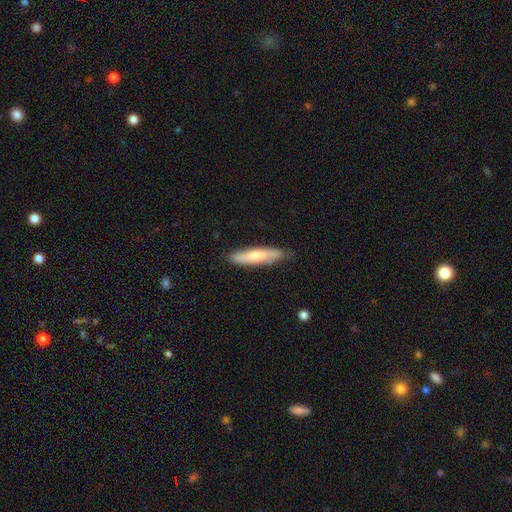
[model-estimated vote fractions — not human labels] The model was most divided on "smooth or featured": smooth: 65%, featured or disk: 29%, star or artifact: 5%. More confident: how rounded — cigar-shaped (80%); merging — none (79%).